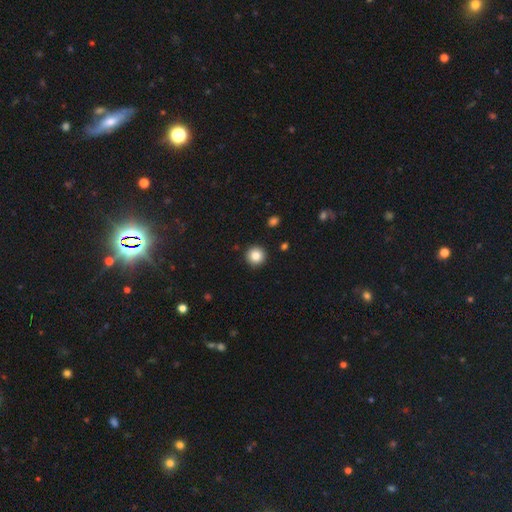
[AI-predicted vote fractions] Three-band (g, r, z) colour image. It shows a smooth galaxy with no disk features (85%) that is round (95%). Merging: none (92%).